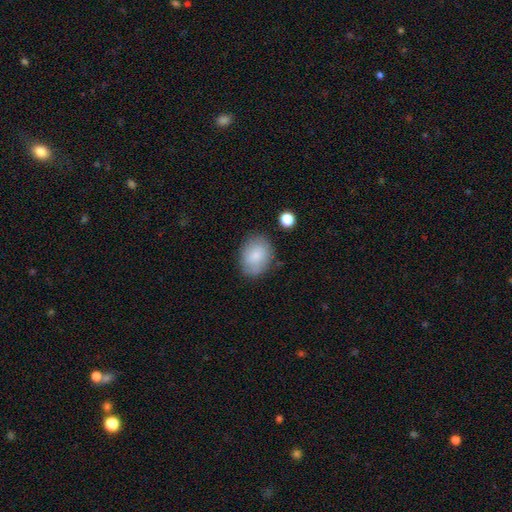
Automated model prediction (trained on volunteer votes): smooth-or-featured: smooth: 80% | featured or disk: 13% | star or artifact: 8%
  how-rounded: in between: 57% | round: 42% | cigar-shaped: 1%
  merging: none: 76% | minor disturbance: 17% | major disturbance: 4% | merger: 3%